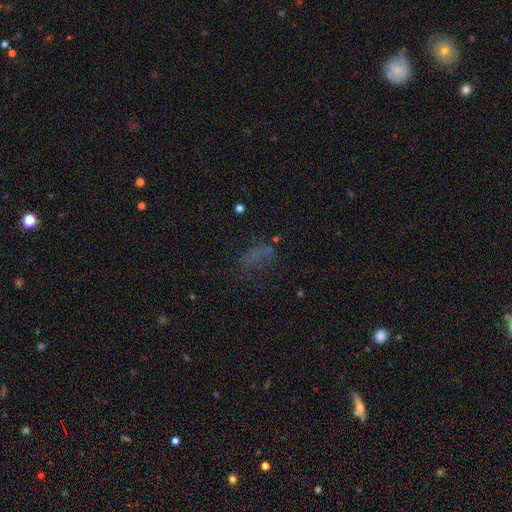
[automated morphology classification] A smooth galaxy with no disk features (42%). Merging: none (47%).